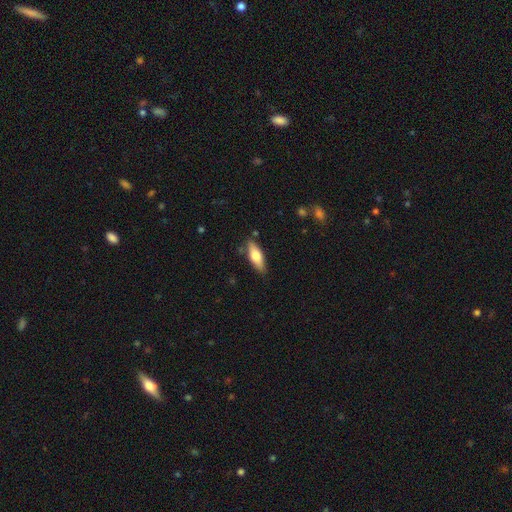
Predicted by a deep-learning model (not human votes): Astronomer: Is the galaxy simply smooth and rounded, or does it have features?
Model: smooth — 64%.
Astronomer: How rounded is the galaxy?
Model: in between — 57% (runner-up: cigar-shaped, 40%).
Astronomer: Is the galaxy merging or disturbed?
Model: none — 83%.